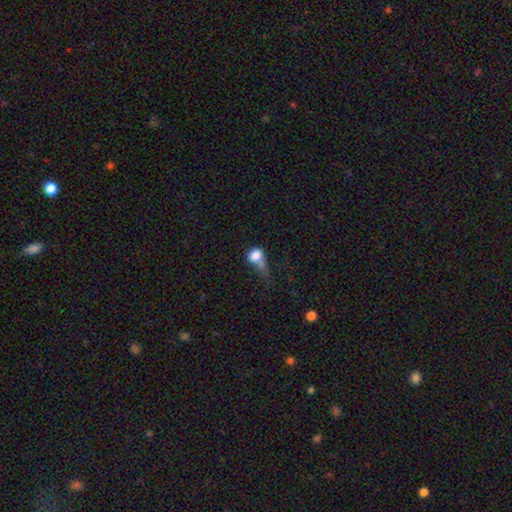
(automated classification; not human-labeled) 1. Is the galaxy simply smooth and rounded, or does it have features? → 76% smooth, 14% featured or disk, 10% star or artifact.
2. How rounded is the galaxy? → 54% round, 43% in between, 3% cigar-shaped.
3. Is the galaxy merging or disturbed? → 35% major disturbance, 22% minor disturbance, 22% merger, 21% none.